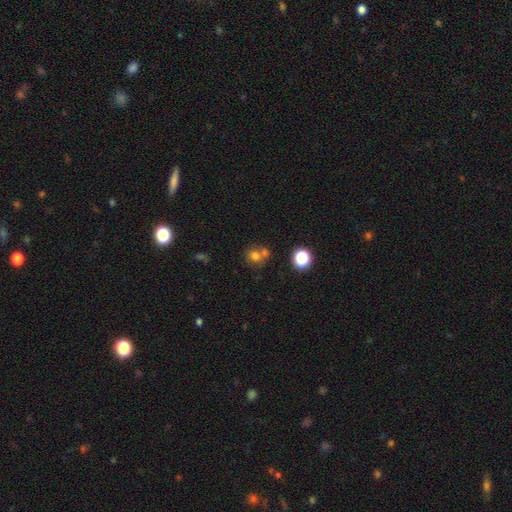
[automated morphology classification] This appears to be a smooth galaxy with no disk features (71%) that is round (81%). Merging: none (46%).